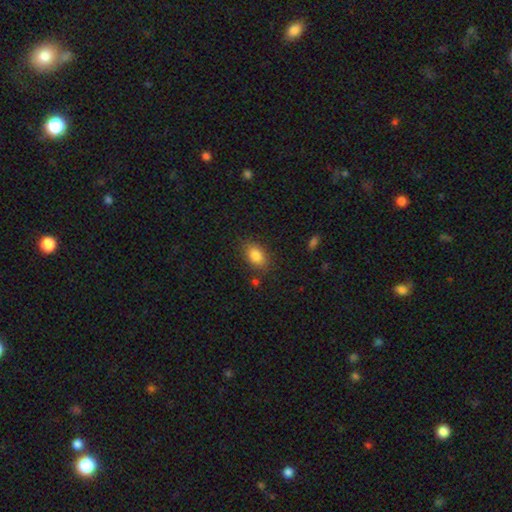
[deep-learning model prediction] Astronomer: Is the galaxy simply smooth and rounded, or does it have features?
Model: smooth — 83%.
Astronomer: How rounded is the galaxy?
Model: in between — 81%.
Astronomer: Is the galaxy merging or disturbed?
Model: none — 81%.